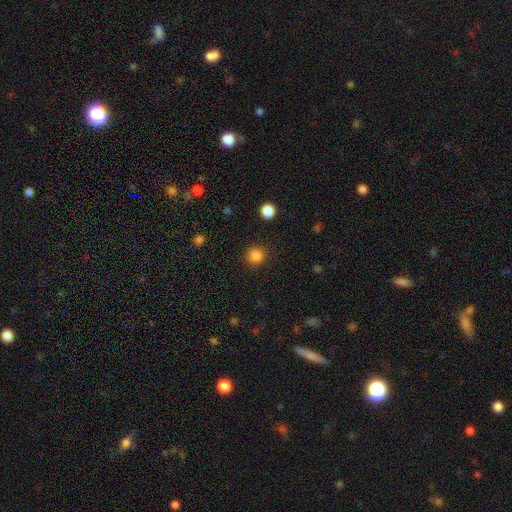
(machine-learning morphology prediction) Smooth or featured: smooth — 85% (star or artifact — 12%)
How rounded: round — 91% (in between — 8%)
Merging: none — 89% (minor disturbance — 7%)